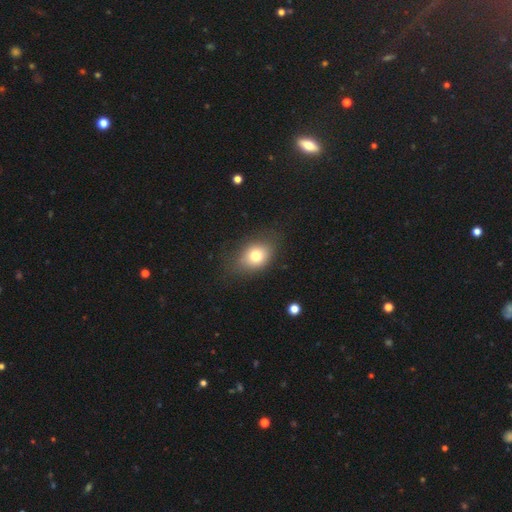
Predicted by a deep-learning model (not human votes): This appears to be a smooth galaxy with no disk features (76%) that is in between round and cigar-shaped (63%). Merging: none (73%).